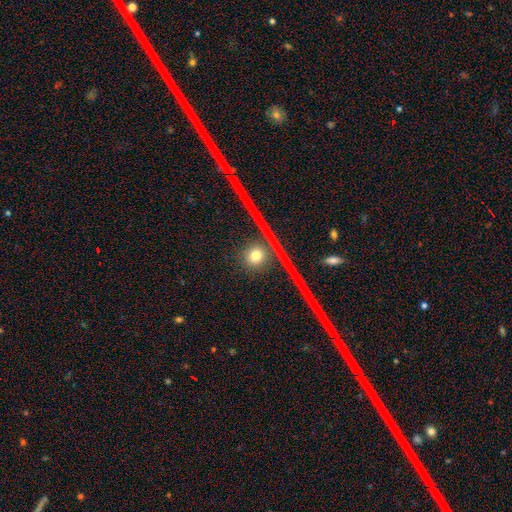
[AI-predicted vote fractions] Overall: smooth (69%). How rounded: round (91%). Merging: none (85%).